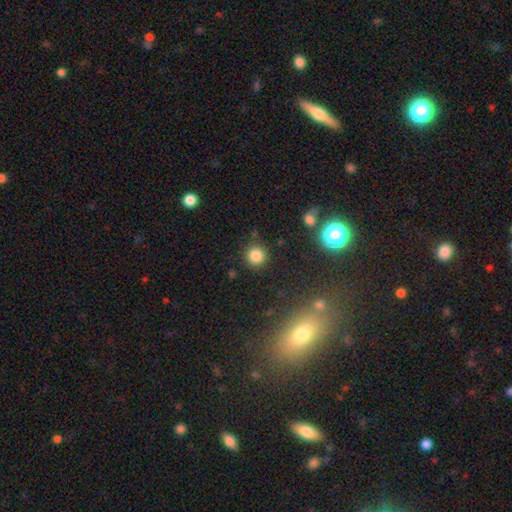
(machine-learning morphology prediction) This appears to be a smooth galaxy with no disk features (82%) that is round (93%). Merging: none (86%).